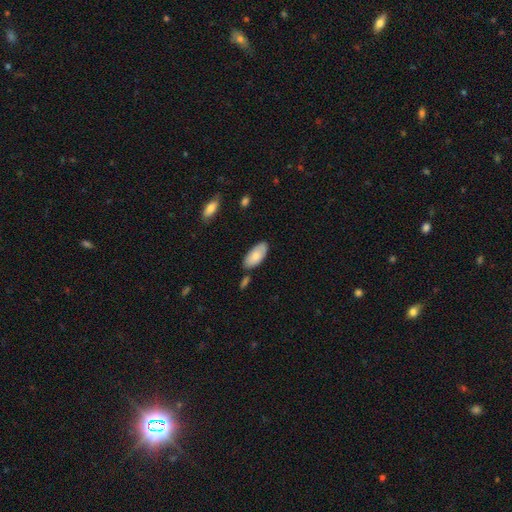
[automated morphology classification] This appears to be a smooth galaxy with no disk features (82%) that is in between round and cigar-shaped (92%). Merging: none (77%).